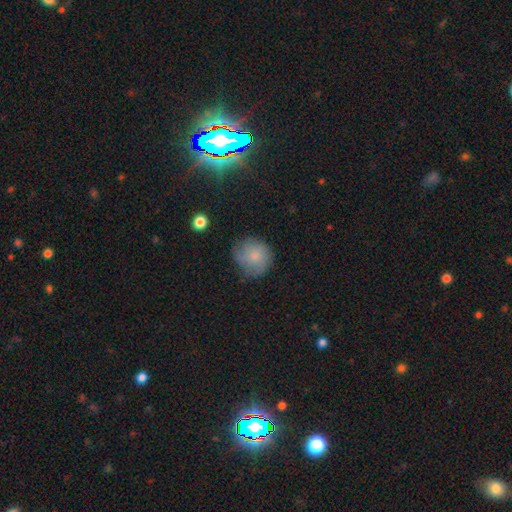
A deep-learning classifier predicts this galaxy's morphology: Overall: smooth (69%). How rounded: round (85%). Merging: none (60%; minor disturbance 28%).